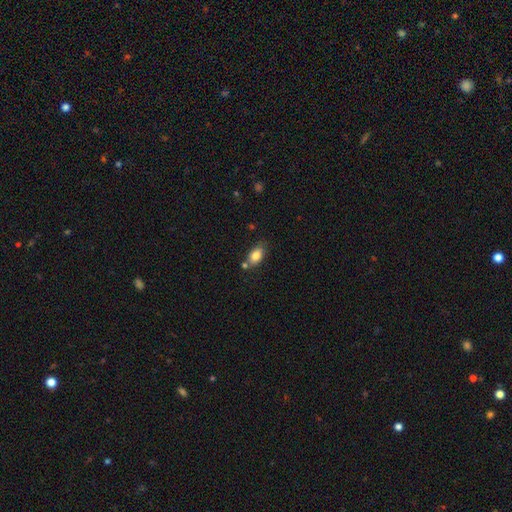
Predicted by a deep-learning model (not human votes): The model was most divided on "merging": none: 65%, minor disturbance: 18%, merger: 14%, major disturbance: 4%. More confident: how rounded — in between (87%); smooth or featured — smooth (81%).